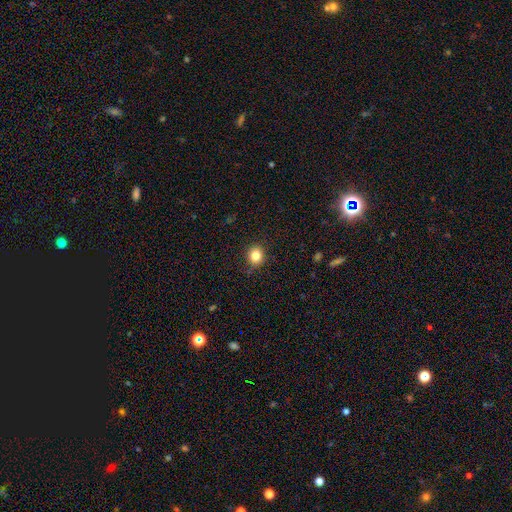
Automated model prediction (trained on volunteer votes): Overall: smooth (83%). How rounded: round (81%). Merging: none (88%).